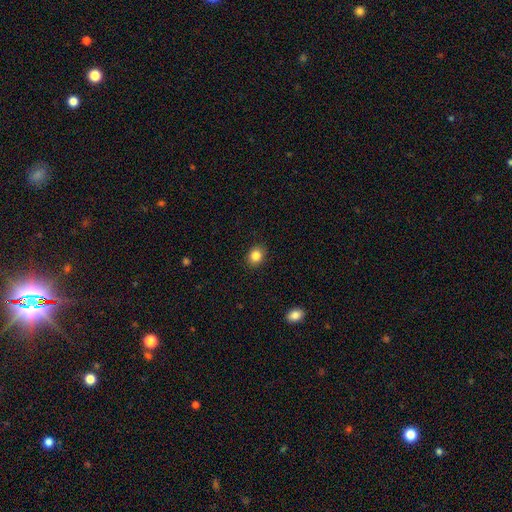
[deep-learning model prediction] This appears to be a smooth galaxy with no disk features (85%) that is round (64%). Merging: none (90%).